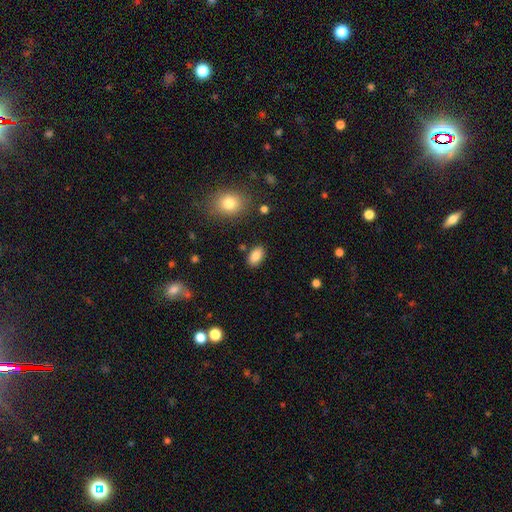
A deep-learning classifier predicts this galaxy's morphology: smooth_or_featured: smooth (p=0.86) [alt: star or artifact p=0.09]
how_rounded: in between (p=0.92) [alt: round p=0.07]
merging: none (p=0.86) [alt: minor disturbance p=0.09]